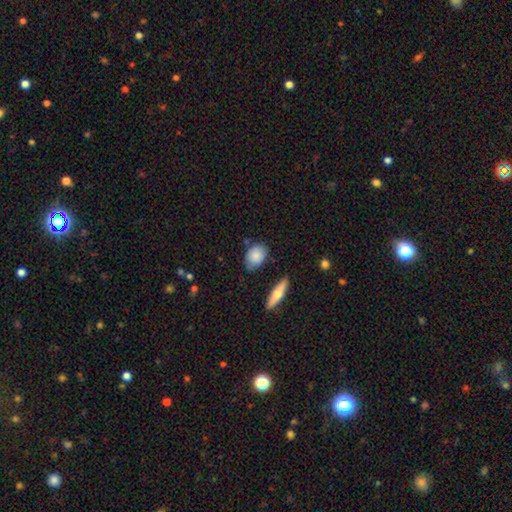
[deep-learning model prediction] Q: Smooth or featured?
A: smooth (82%); runner-up: featured or disk (11%)
Q: How rounded?
A: in between (71%); runner-up: round (26%)
Q: Merging?
A: none (69%); runner-up: minor disturbance (22%)